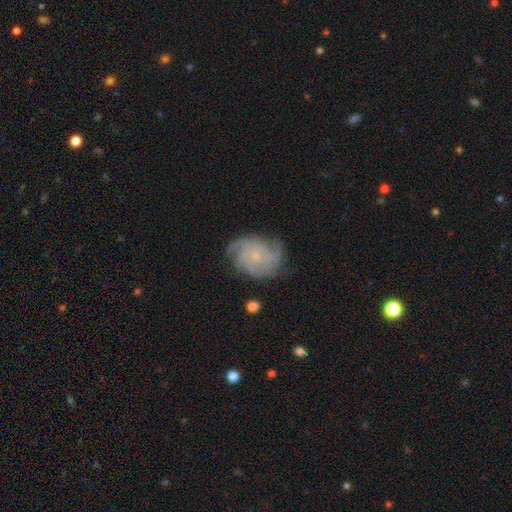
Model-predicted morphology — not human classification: Q: Smooth or featured?
A: featured or disk (80%); runner-up: smooth (13%)
Q: Edge-on disk?
A: no (98%); runner-up: yes (2%)
Q: Bar?
A: no (79%); runner-up: weak (18%)
Q: Spiral arms?
A: yes (96%); runner-up: no (4%)
Q: Spiral winding?
A: tight (55%); runner-up: medium (35%)
Q: Spiral arm count?
A: 4 (28%); runner-up: 3 (24%)
Q: Bulge size?
A: small (80%); runner-up: moderate (13%)
Q: Merging?
A: none (71%); runner-up: minor disturbance (19%)